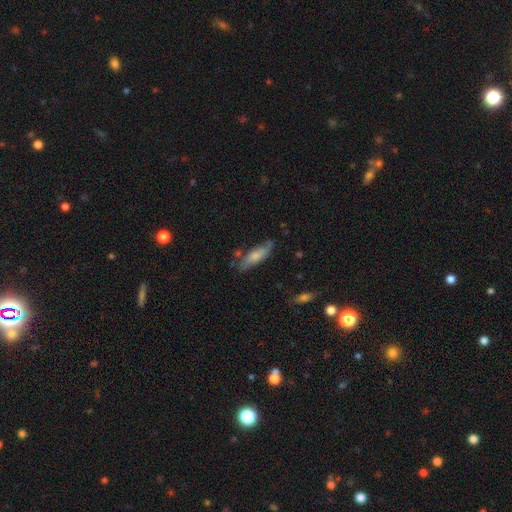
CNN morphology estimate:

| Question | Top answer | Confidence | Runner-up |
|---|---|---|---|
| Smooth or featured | smooth | 61% | featured or disk (32%) |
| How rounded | cigar-shaped | 50% | in between (48%) |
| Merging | none | 66% | minor disturbance (24%) |